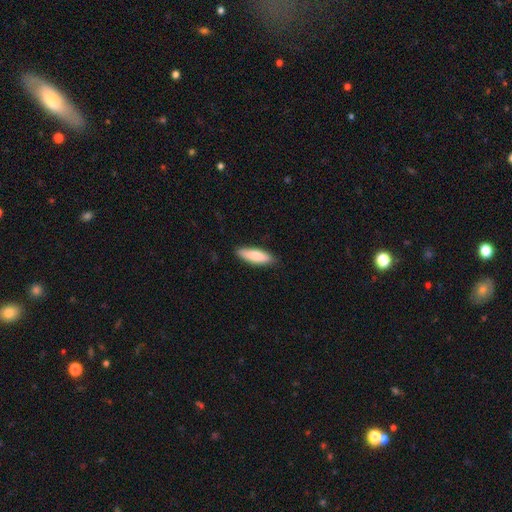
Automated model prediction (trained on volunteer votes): A smooth galaxy with no disk features (81%) that is cigar-shaped (52%).

Vote fractions:
- Smooth or featured? smooth: 81% / featured or disk: 14% / star or artifact: 5%
- How rounded? cigar-shaped: 52% / in between: 46% / round: 2%
- Merging? none: 87% / minor disturbance: 11% / major disturbance: 2% / merger: 1%